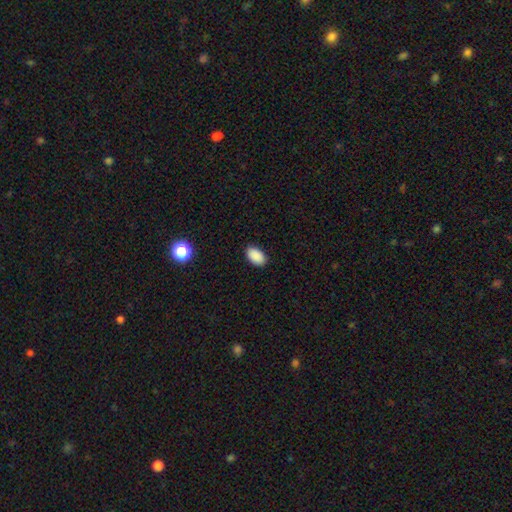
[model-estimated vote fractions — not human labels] Smooth or featured: smooth — 89% (star or artifact — 8%)
How rounded: in between — 92% (round — 7%)
Merging: none — 89% (minor disturbance — 8%)